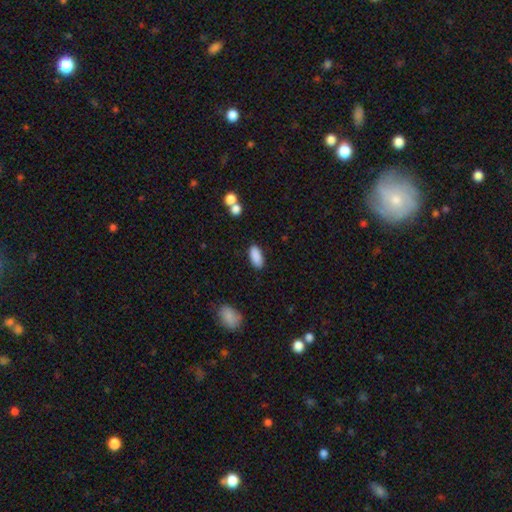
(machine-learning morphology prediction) smooth_or_featured: smooth (p=0.89) [alt: star or artifact p=0.07]
how_rounded: in between (p=0.87) [alt: cigar-shaped p=0.11]
merging: none (p=0.85) [alt: minor disturbance p=0.10]